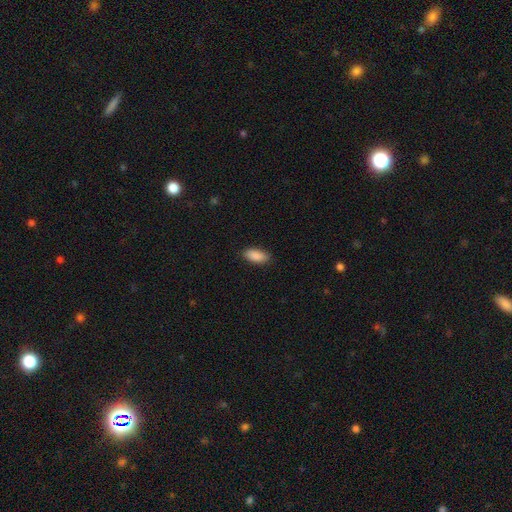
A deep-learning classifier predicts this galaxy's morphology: type=smooth (90%); roundness=in between (89%); merging=none (87%).